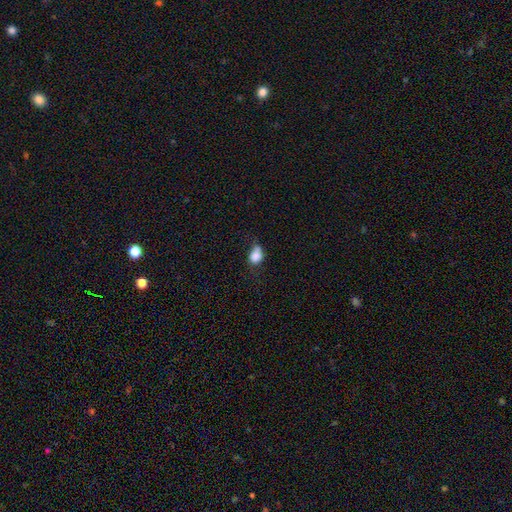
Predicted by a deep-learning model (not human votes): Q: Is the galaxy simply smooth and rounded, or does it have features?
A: smooth — 81%.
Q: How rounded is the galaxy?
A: in between — 64%.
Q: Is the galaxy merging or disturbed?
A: minor disturbance — 37%.